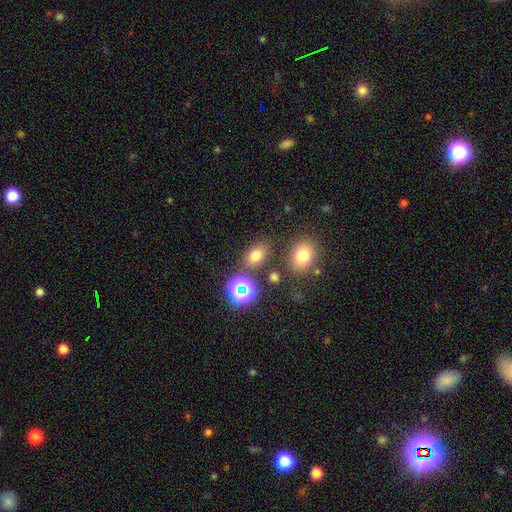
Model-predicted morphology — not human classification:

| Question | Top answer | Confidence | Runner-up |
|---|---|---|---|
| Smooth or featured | smooth | 70% | star or artifact (21%) |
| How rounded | in between | 72% | round (26%) |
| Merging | none | 76% | minor disturbance (11%) |